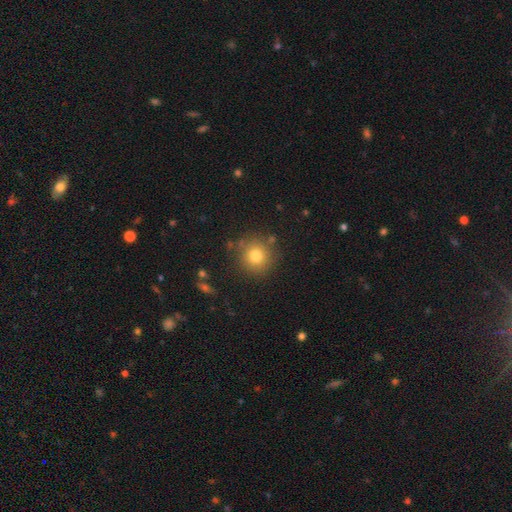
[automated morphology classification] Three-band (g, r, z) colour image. It shows a smooth galaxy with no disk features (78%) that is round (92%). Merging: none (84%).